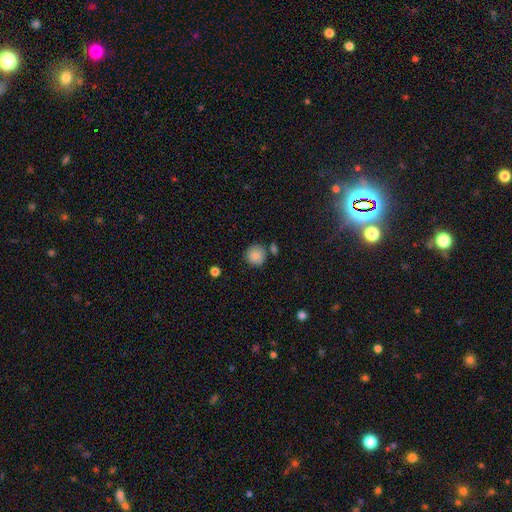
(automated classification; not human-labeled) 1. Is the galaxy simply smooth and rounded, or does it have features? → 86% smooth, 8% star or artifact, 6% featured or disk.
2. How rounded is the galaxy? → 93% round, 6% in between, 1% cigar-shaped.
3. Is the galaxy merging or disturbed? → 77% none, 12% minor disturbance, 9% merger, 3% major disturbance.